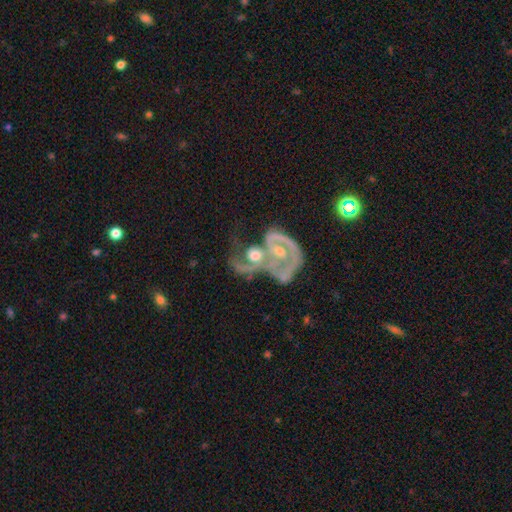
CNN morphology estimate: Smooth or featured?
  - featured or disk: 77% *
  - smooth: 15%
  - star or artifact: 7%
Edge-on disk?
  - no: 97% *
  - yes: 3%
Bar?
  - no: 68% *
  - weak: 24%
  - strong: 8%
Spiral arms?
  - yes: 74% *
  - no: 26%
Spiral winding?
  - medium: 38% *
  - tight: 34%
  - loose: 28%
Spiral arm count?
  - 2: 43% *
  - 1: 30%
  - can't tell: 19%
  - 3: 4%
  - 4: 2%
  - more than 4: 2%
Bulge size?
  - moderate: 57% *
  - small: 25%
  - large: 8%
  - none: 7%
  - dominant: 2%
Merging?
  - merger: 71% *
  - major disturbance: 13%
  - none: 10%
  - minor disturbance: 6%